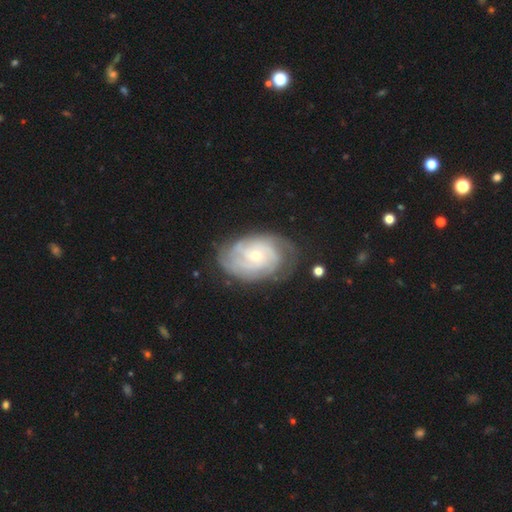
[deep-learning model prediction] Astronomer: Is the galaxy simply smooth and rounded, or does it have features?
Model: featured or disk — 83%.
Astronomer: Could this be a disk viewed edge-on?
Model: no — 97%.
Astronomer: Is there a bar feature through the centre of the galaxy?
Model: no — 73%.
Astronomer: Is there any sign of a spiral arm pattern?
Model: yes — 95%.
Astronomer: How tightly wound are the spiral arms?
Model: tight — 71%.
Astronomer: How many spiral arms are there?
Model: can't tell — 36% (runner-up: 2, 21%).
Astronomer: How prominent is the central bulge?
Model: small — 54% (runner-up: moderate, 42%).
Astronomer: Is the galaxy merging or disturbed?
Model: none — 72%.